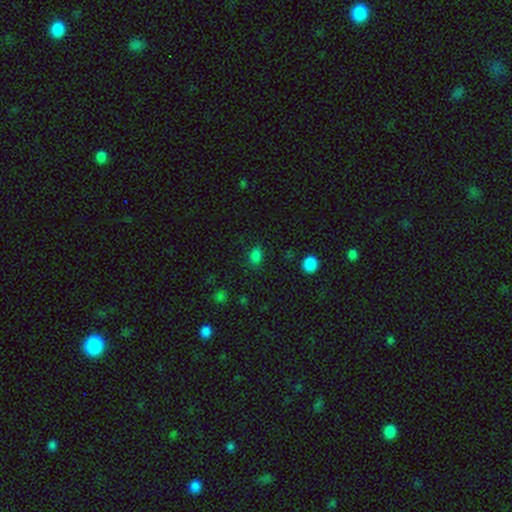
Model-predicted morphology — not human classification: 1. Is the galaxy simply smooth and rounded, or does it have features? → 81% smooth, 15% star or artifact, 4% featured or disk.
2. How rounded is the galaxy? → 74% in between, 25% round, 2% cigar-shaped.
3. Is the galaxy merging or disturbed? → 82% none, 13% minor disturbance, 4% major disturbance, 2% merger.